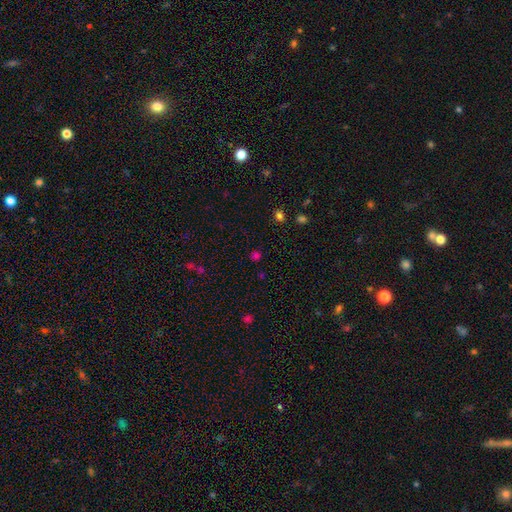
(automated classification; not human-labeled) smooth 61%, star or artifact 34%, featured or disk 5%. Down the decision tree: how rounded — round (86%); merging — none (84%).